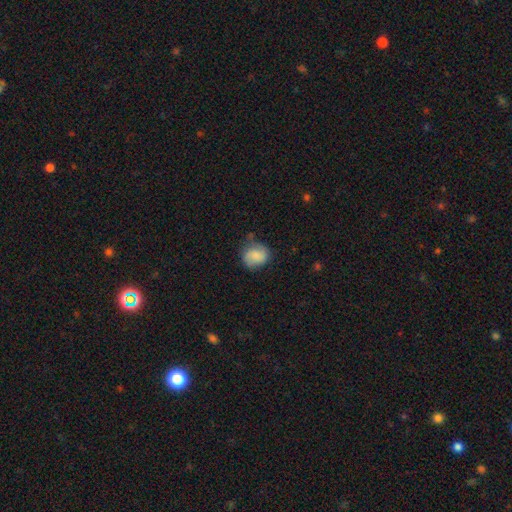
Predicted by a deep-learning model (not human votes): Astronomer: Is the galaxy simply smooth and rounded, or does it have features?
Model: smooth — 74%.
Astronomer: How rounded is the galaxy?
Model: round — 64%.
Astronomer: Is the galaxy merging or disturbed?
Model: none — 61%.